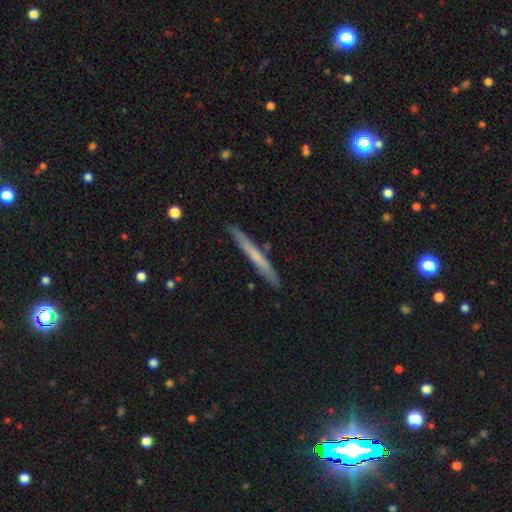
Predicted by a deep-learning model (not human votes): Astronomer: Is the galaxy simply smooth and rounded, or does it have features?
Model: smooth — 53% (runner-up: featured or disk, 41%).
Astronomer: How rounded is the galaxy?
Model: cigar-shaped — 97%.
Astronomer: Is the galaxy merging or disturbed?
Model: none — 89%.